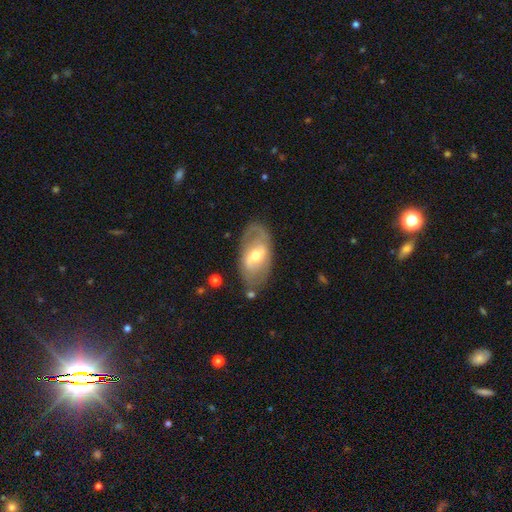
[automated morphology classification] The model was most divided on "spiral arms": yes: 57%, no: 43%. Remaining: edge-on disk — no (91%); merging — none (72%); bulge size — moderate (66%); smooth or featured — featured or disk (66%); bar — weak (46%).